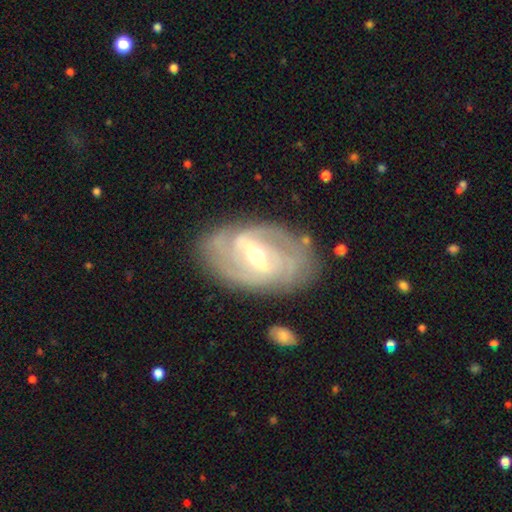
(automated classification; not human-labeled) Smooth or featured? featured or disk (87%)
Edge-on disk? no (95%)
Bar? strong (48%)
Spiral arms? yes (94%)
Spiral winding? tight (64%)
Spiral arm count? 2 (32%)
Bulge size? moderate (61%)
Merging? none (78%)